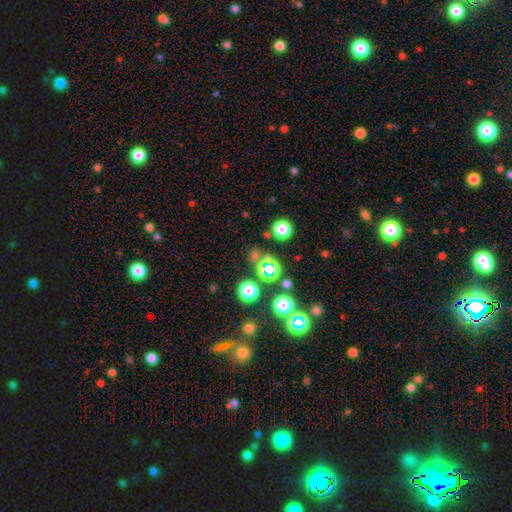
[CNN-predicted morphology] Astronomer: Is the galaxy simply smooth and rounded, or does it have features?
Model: star or artifact — 55% (runner-up: smooth, 35%).